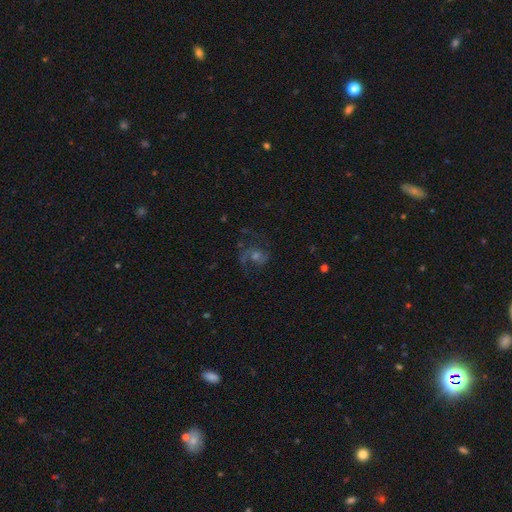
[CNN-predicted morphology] Smooth or featured: featured or disk — 65% (star or artifact — 18%)
Edge-on disk: no — 97% (yes — 3%)
Bar: no — 68% (weak — 27%)
Spiral arms: yes — 89% (no — 11%)
Spiral winding: medium — 50% (loose — 32%)
Spiral arm count: 2 — 66% (1 — 14%)
Bulge size: moderate — 50% (small — 35%)
Merging: none — 63% (major disturbance — 19%)